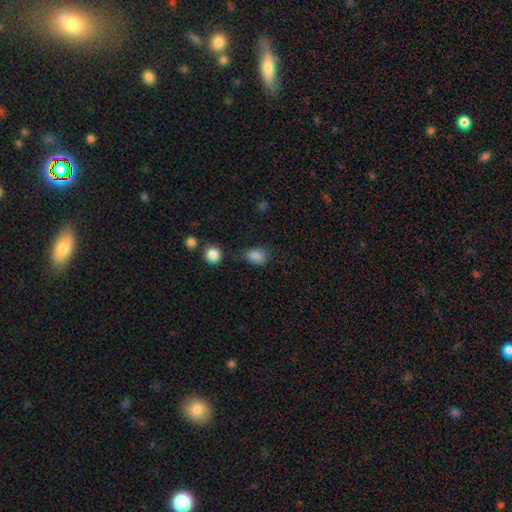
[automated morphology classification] The model was most divided on "merging": none: 63%, minor disturbance: 25%, major disturbance: 7%, merger: 4%. More confident: smooth or featured — smooth (85%); how rounded — in between (69%).